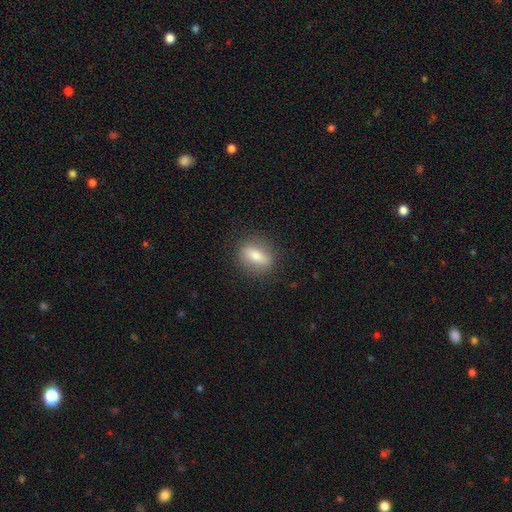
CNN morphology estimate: Smooth or featured? smooth (67%)
How rounded? in between (62%)
Merging? none (86%)